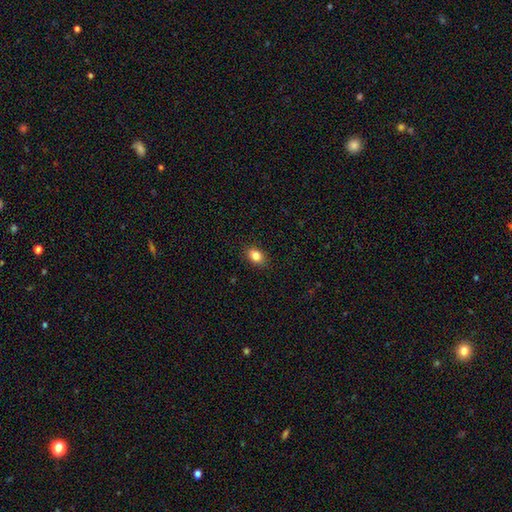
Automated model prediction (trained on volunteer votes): Smooth or featured? Predicted: smooth (p=0.83). How rounded? Predicted: in between (p=0.76). Merging? Predicted: none (p=0.87).